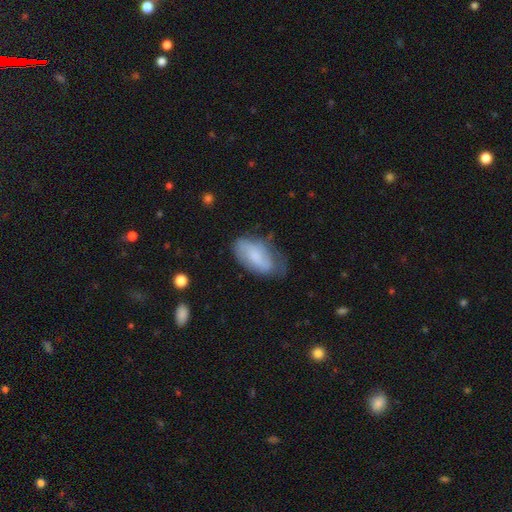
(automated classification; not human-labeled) The model was most divided on "merging": none: 50%, minor disturbance: 34%, major disturbance: 14%, merger: 2%. More confident: how rounded — in between (92%); smooth or featured — smooth (61%).